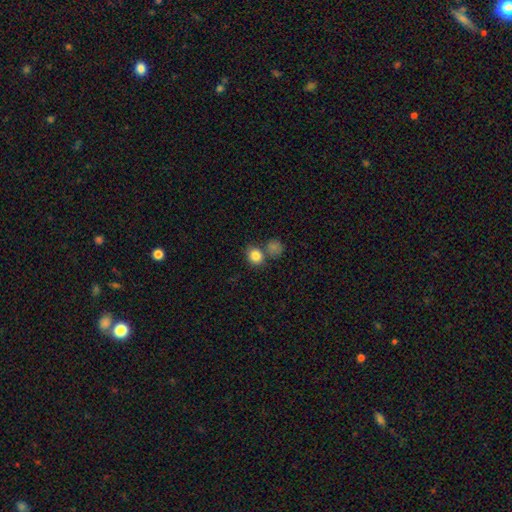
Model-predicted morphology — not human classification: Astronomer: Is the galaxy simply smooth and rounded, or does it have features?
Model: smooth — 84%.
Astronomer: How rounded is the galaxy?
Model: round — 75%.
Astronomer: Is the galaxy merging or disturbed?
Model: none — 64%.